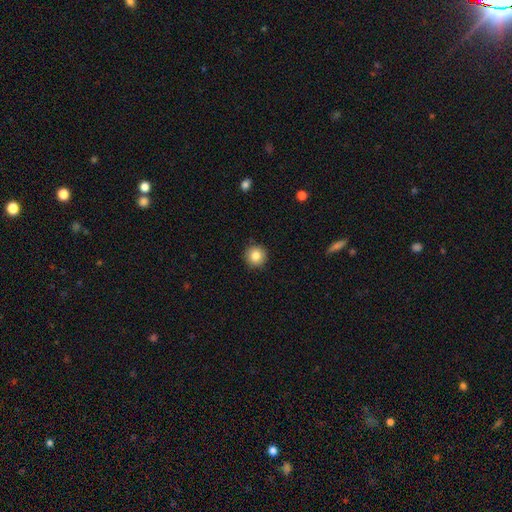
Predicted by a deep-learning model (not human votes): This appears to be a smooth galaxy with no disk features (84%) that is round (95%). Merging: none (91%).